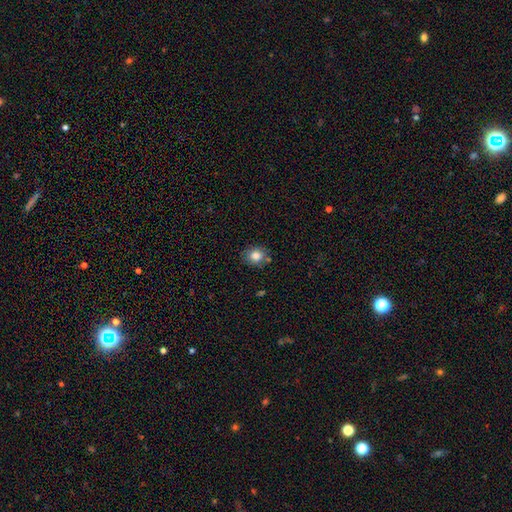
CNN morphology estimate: smooth_or_featured: smooth (p=0.82) [alt: star or artifact p=0.10]
how_rounded: round (p=0.73) [alt: in between p=0.26]
merging: none (p=0.79) [alt: minor disturbance p=0.13]